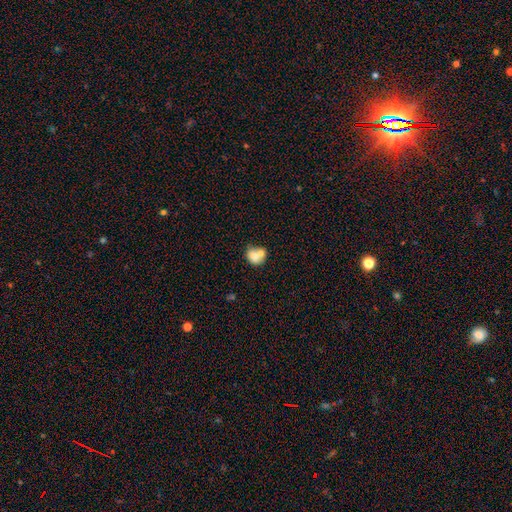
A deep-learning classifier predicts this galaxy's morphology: This appears to be a smooth galaxy with no disk features (71%) that is round (63%). Merging: merger (56%).